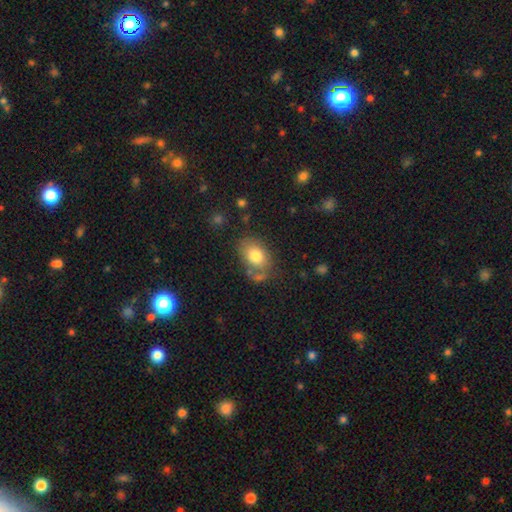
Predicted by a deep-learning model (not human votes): Smooth or featured: smooth — 76% (featured or disk — 15%)
How rounded: in between — 79% (round — 20%)
Merging: none — 61% (minor disturbance — 20%)